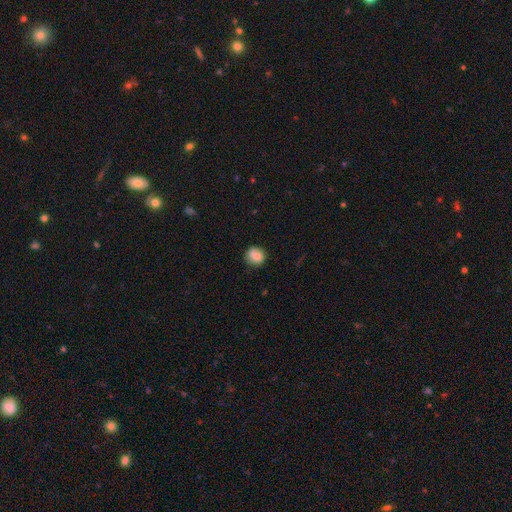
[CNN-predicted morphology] A smooth galaxy with no disk features (84%) that is round (72%).

Vote fractions:
- Smooth or featured? smooth: 84% / star or artifact: 9% / featured or disk: 8%
- How rounded? round: 72% / in between: 27% / cigar-shaped: 1%
- Merging? none: 74% / minor disturbance: 20% / major disturbance: 5% / merger: 2%